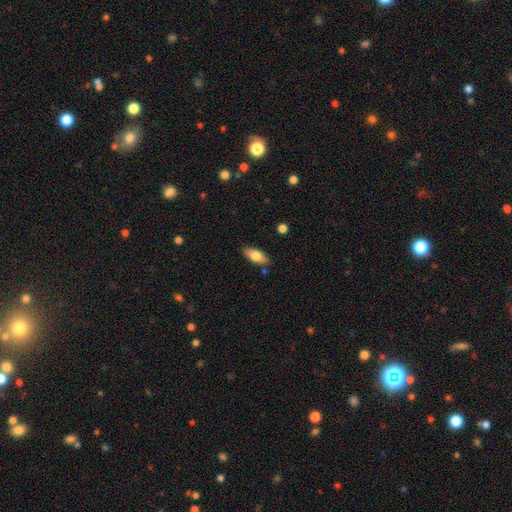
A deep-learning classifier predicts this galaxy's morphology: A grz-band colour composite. It shows a smooth galaxy with no disk features (74%) that is in between round and cigar-shaped (86%). Merging: none (84%).